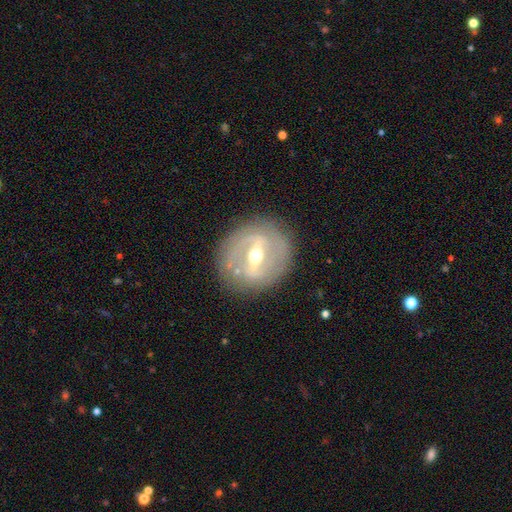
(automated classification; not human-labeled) smooth_or_featured: featured or disk (p=0.79) [alt: smooth p=0.14]
disk_edge_on: no (p=0.92) [alt: yes p=0.08]
bar: strong (p=0.61) [alt: weak p=0.31]
has_spiral_arms: yes (p=0.61) [alt: no p=0.39]
bulge_size: moderate (p=0.65) [alt: small p=0.29]
merging: none (p=0.84) [alt: minor disturbance p=0.10]